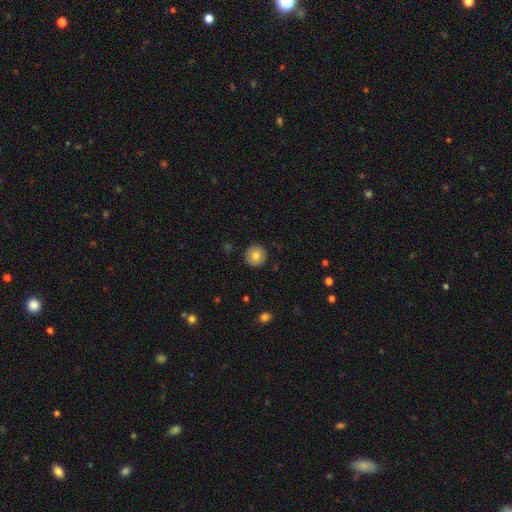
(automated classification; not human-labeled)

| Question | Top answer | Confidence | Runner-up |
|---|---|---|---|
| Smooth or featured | smooth | 79% | featured or disk (13%) |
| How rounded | round | 96% | in between (3%) |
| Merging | none | 92% | minor disturbance (6%) |